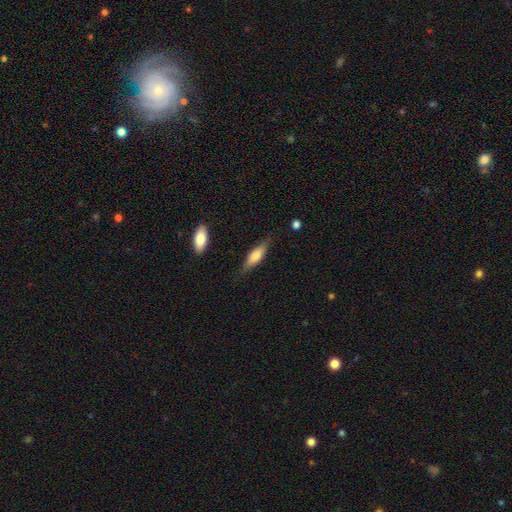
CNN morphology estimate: smooth_or_featured: smooth (p=0.65) [alt: featured or disk p=0.28]
how_rounded: cigar-shaped (p=0.50) [alt: in between p=0.48]
merging: none (p=0.76) [alt: minor disturbance p=0.18]